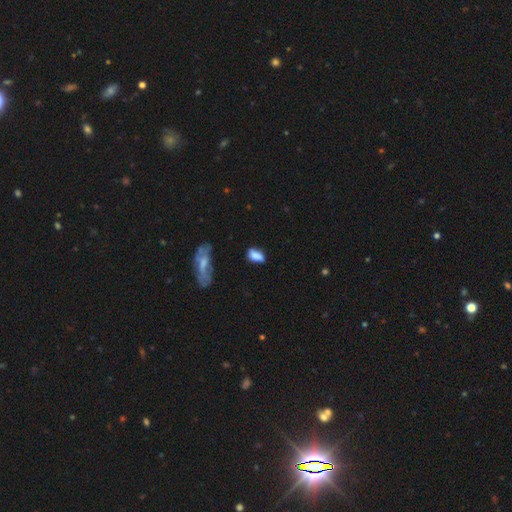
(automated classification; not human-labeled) Overall: smooth (79%). How rounded: in between (85%). Merging: none (61%; minor disturbance 27%).